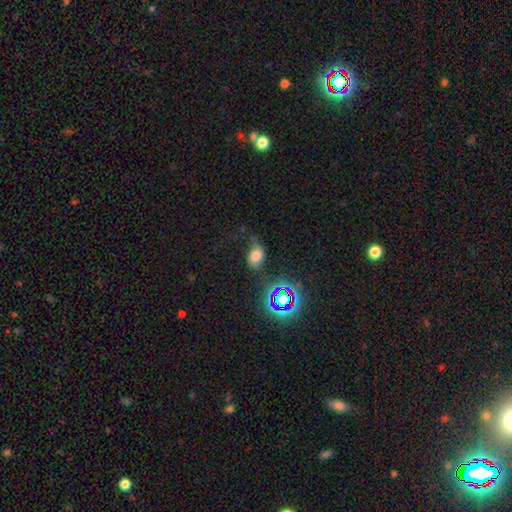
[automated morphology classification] Smooth or featured? smooth (54%)
How rounded? in between (76%)
Merging? none (45%)